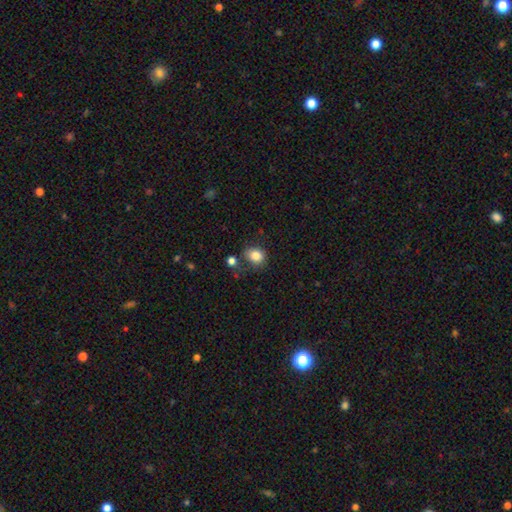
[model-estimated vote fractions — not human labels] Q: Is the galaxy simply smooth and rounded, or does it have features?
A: smooth — 82%.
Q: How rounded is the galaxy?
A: round — 63%.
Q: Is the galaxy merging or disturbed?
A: none — 64%.